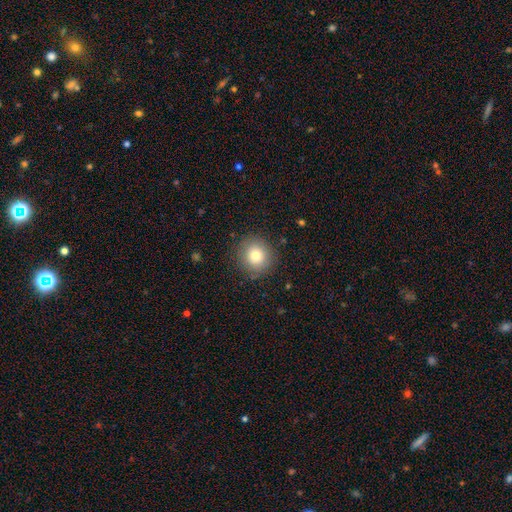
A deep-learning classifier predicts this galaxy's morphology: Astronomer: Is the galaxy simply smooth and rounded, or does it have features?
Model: smooth — 78%.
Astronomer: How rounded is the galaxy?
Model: round — 92%.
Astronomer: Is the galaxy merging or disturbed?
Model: none — 87%.